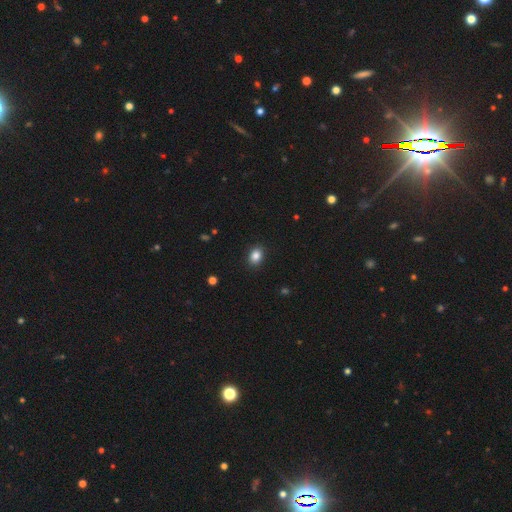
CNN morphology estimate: smooth 86%, star or artifact 10%, featured or disk 4%. Down the decision tree: how rounded — in between (65%); merging — none (90%).